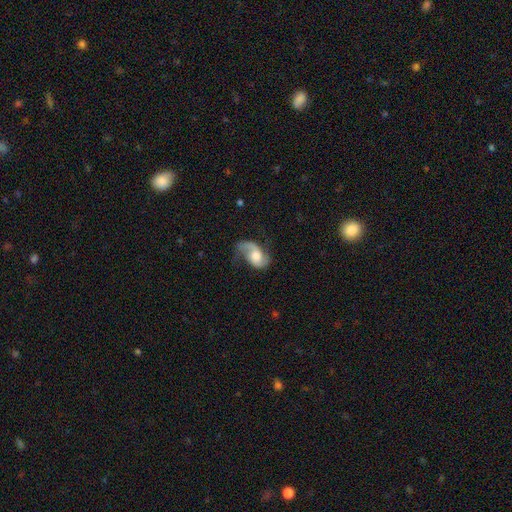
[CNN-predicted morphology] This appears to be a featured or disk galaxy (74%) with no bar (61%), 2 (75%) loose (52%) spiral arms (92%) and a moderate central bulge (48%). Merging: none (47%).